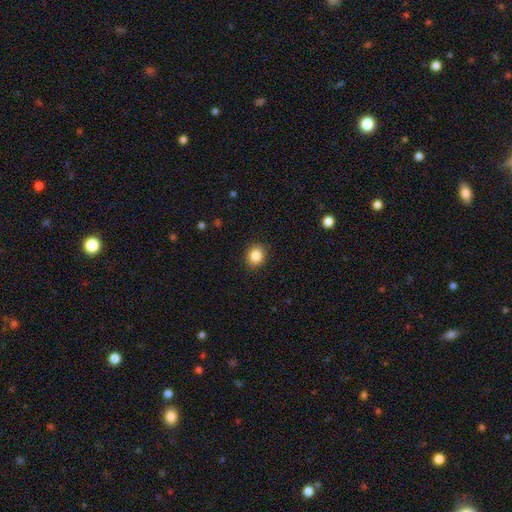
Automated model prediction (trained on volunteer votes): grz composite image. It shows a smooth galaxy with no disk features (86%) that is round (71%). Merging: none (90%).